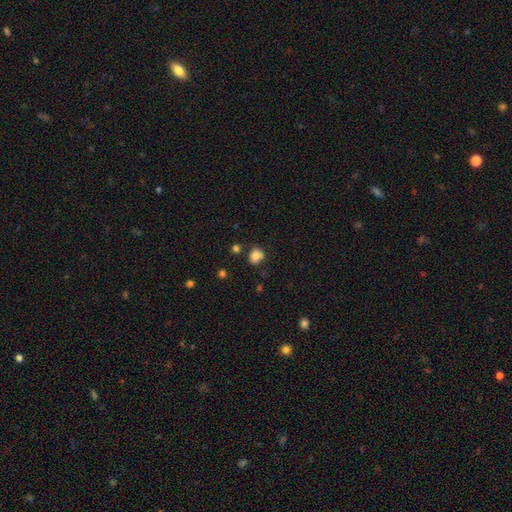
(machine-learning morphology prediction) Q: Smooth or featured?
A: smooth (79%); runner-up: star or artifact (12%)
Q: How rounded?
A: round (66%); runner-up: in between (33%)
Q: Merging?
A: none (63%); runner-up: minor disturbance (19%)